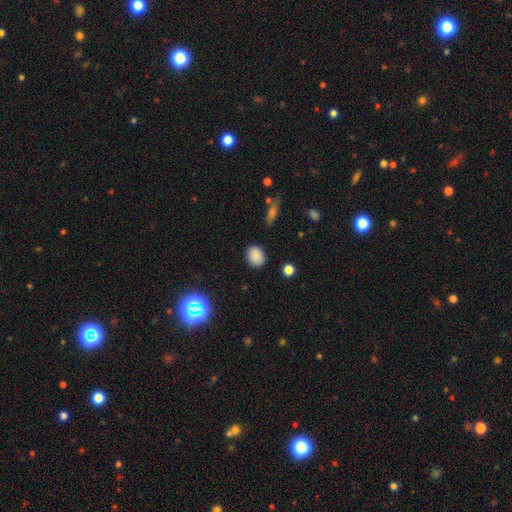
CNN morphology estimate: smooth 85%, star or artifact 11%, featured or disk 4%. Down the decision tree: how rounded — in between (50%); merging — none (86%).